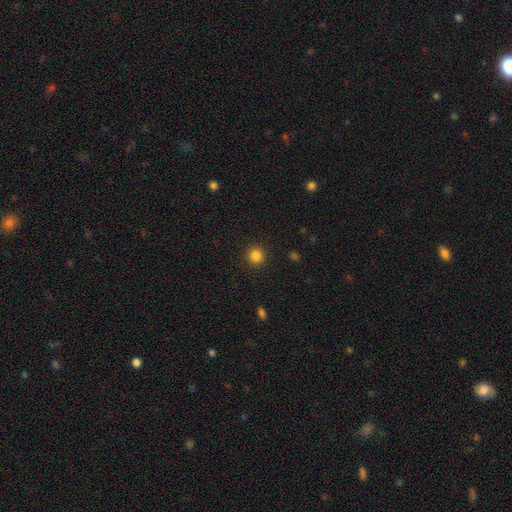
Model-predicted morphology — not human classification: smooth-or-featured: smooth: 85% | star or artifact: 11% | featured or disk: 4%
  how-rounded: round: 91% | in between: 8% | cigar-shaped: 1%
  merging: none: 91% | minor disturbance: 6% | major disturbance: 2% | merger: 1%